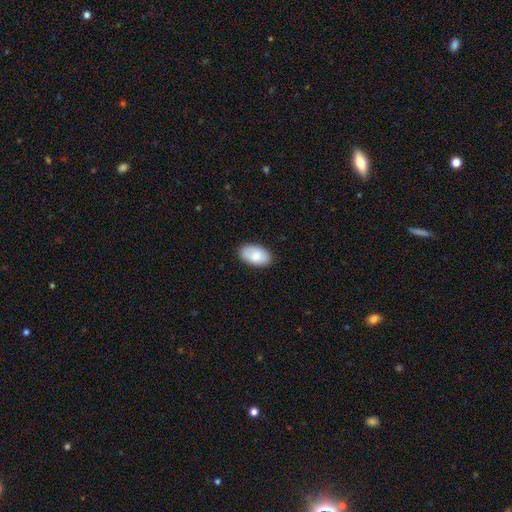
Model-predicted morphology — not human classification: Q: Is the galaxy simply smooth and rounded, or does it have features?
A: smooth — 83%.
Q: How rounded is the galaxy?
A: in between — 94%.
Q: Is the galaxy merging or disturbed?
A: none — 86%.